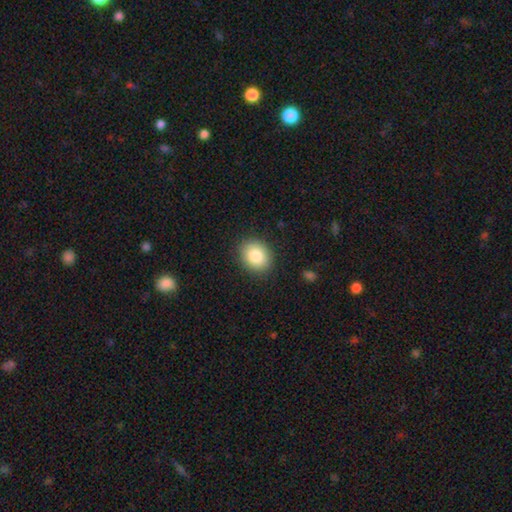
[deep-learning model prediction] The model was most divided on "how rounded": in between: 50%, round: 49%, cigar-shaped: 1%. More confident: merging — none (87%); smooth or featured — smooth (85%).